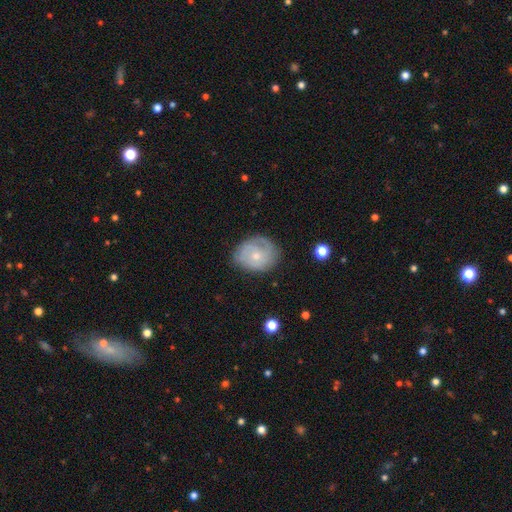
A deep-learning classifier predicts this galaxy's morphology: Smooth or featured? featured or disk (57%)
Edge-on disk? no (97%)
Bar? no (80%)
Spiral arms? yes (75%)
Bulge size? small (61%)
Merging? none (69%)